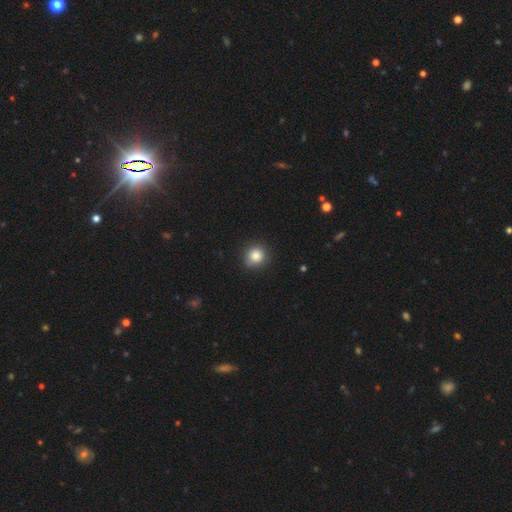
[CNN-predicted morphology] Smooth or featured?
  - smooth: 84% *
  - star or artifact: 10%
  - featured or disk: 6%
How rounded?
  - round: 89% *
  - in between: 10%
  - cigar-shaped: 1%
Merging?
  - none: 85% *
  - minor disturbance: 12%
  - major disturbance: 2%
  - merger: 1%